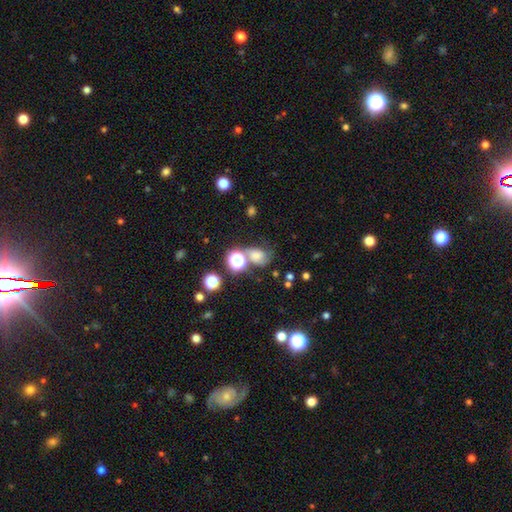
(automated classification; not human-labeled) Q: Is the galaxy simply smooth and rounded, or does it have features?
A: smooth — 54%.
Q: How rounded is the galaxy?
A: round — 56%.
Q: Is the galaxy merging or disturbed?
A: none — 40%.